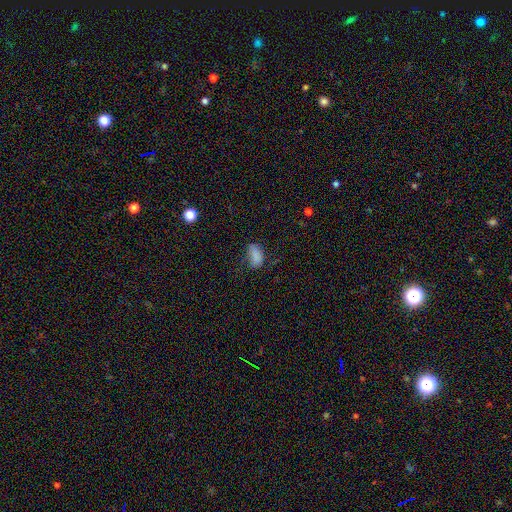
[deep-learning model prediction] Overall: smooth (81%). How rounded: in between (92%). Merging: none (51%; minor disturbance 31%).